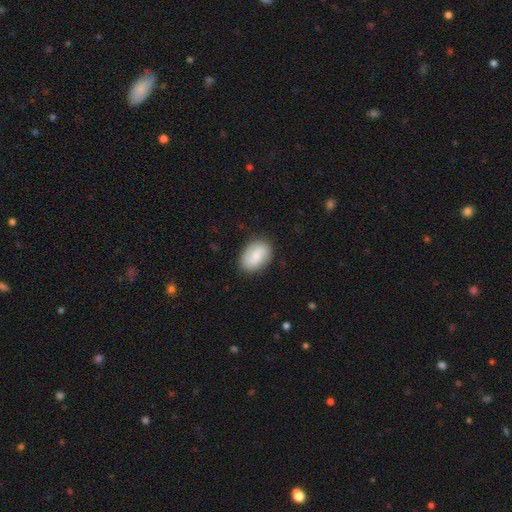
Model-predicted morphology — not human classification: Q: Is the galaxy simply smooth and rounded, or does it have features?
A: smooth — 76%.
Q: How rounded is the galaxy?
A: in between — 85%.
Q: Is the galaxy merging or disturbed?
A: none — 84%.